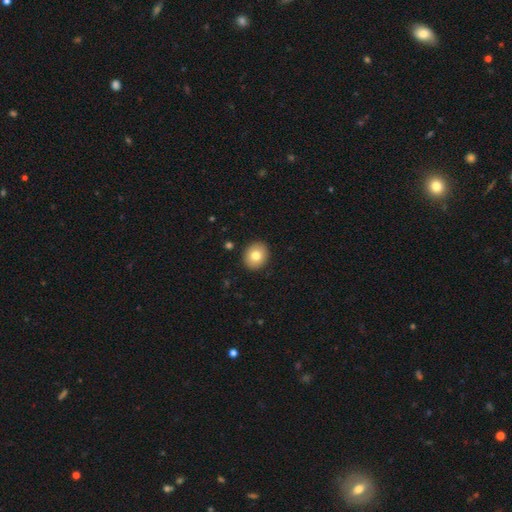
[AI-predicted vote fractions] Morphology: type=smooth (78%); roundness=round (72%); merging=none (91%).